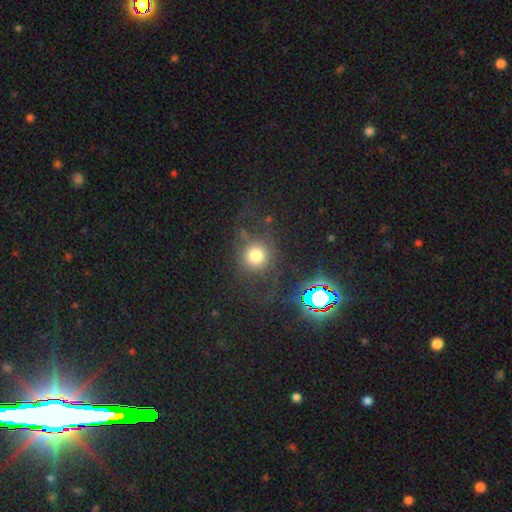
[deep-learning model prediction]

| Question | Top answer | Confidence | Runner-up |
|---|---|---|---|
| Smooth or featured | smooth | 64% | star or artifact (20%) |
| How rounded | round | 88% | in between (11%) |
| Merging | none | 63% | major disturbance (19%) |